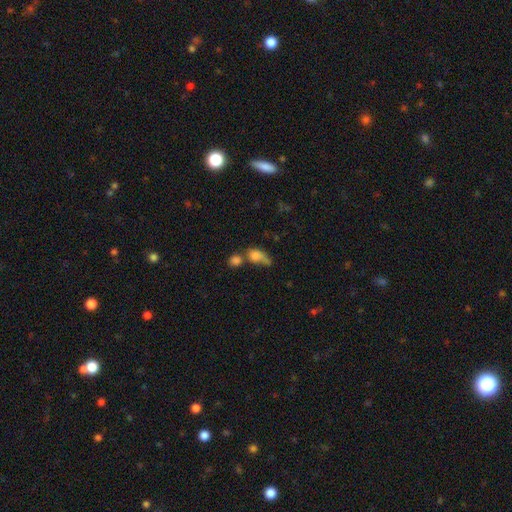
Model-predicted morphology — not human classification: type=smooth (72%); roundness=in between (62%); merging=merger (44%).